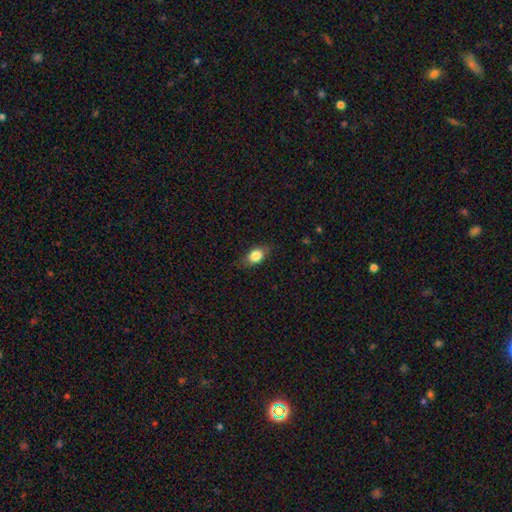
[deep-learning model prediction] Smooth or featured? Predicted: smooth (p=0.81). How rounded? Predicted: in between (p=0.74). Merging? Predicted: none (p=0.78).